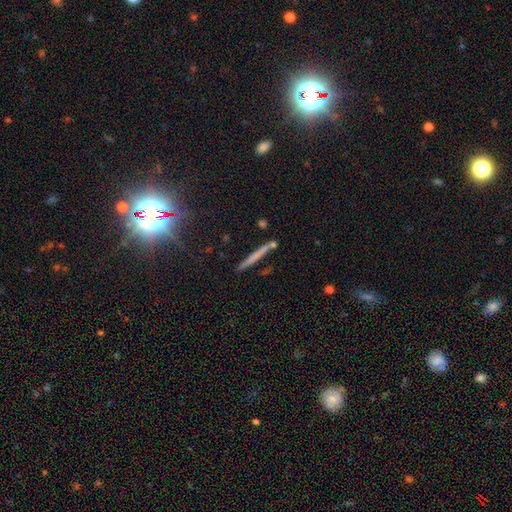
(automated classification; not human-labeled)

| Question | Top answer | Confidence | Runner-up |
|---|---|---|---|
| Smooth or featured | smooth | 53% | featured or disk (36%) |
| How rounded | cigar-shaped | 96% | in between (2%) |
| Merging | none | 83% | minor disturbance (9%) |